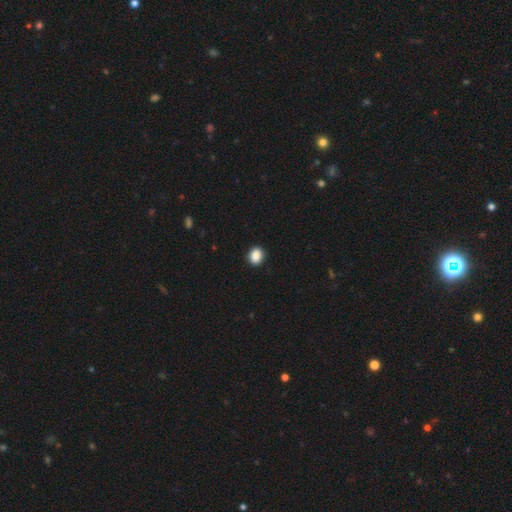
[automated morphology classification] The model was most divided on "how rounded": in between: 56%, round: 43%, cigar-shaped: 1%. More confident: merging — none (91%); smooth or featured — smooth (88%).